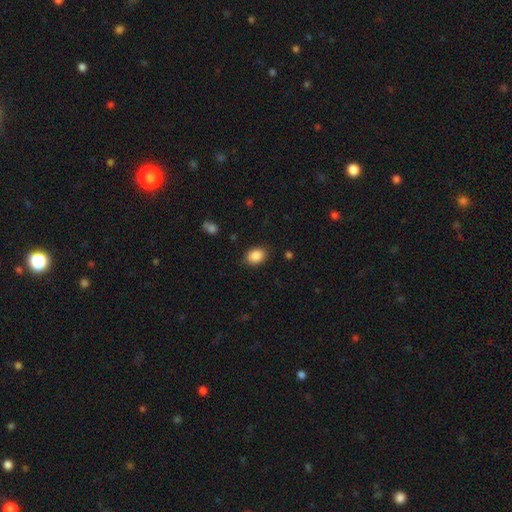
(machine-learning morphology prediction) A smooth galaxy with no disk features (88%) that is in between round and cigar-shaped (66%).

Vote fractions:
- Smooth or featured? smooth: 88% / star or artifact: 8% / featured or disk: 4%
- How rounded? in between: 66% / round: 33% / cigar-shaped: 1%
- Merging? none: 83% / minor disturbance: 13% / major disturbance: 3% / merger: 1%